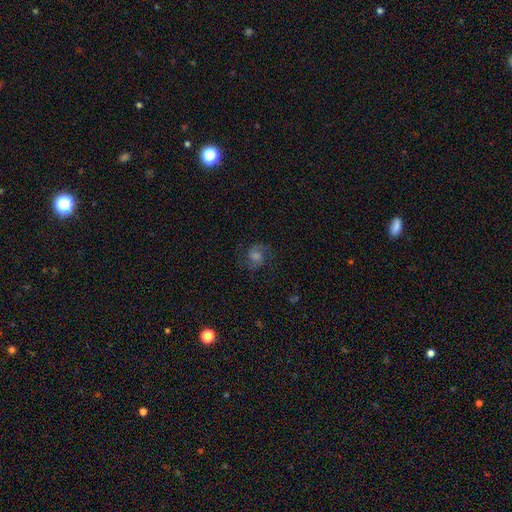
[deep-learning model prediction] Smooth or featured? featured or disk (61%)
Edge-on disk? no (97%)
Bar? no (50%)
Spiral arms? yes (94%)
Spiral winding? medium (55%)
Spiral arm count? 2 (88%)
Bulge size? moderate (41%)
Merging? none (78%)